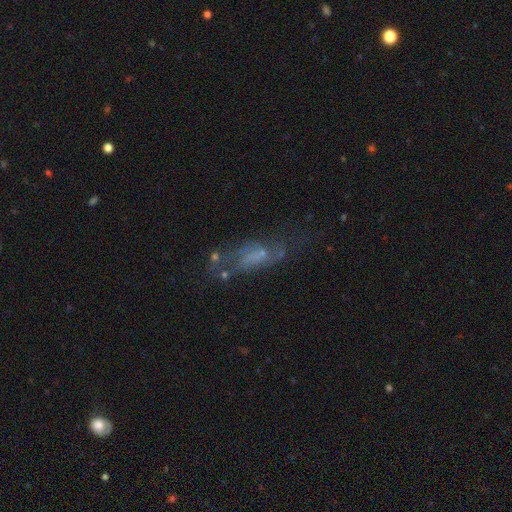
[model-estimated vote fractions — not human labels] This is possibly a featured or disk galaxy (50%). It is clearly not viewed edge-on (85%). Merging: marginally none (43%).